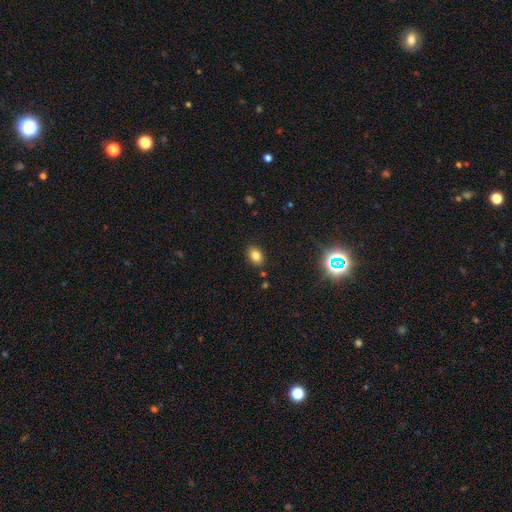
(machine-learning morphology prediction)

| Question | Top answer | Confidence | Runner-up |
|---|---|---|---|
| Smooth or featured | smooth | 80% | star or artifact (13%) |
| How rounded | in between | 76% | round (23%) |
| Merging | none | 85% | minor disturbance (10%) |